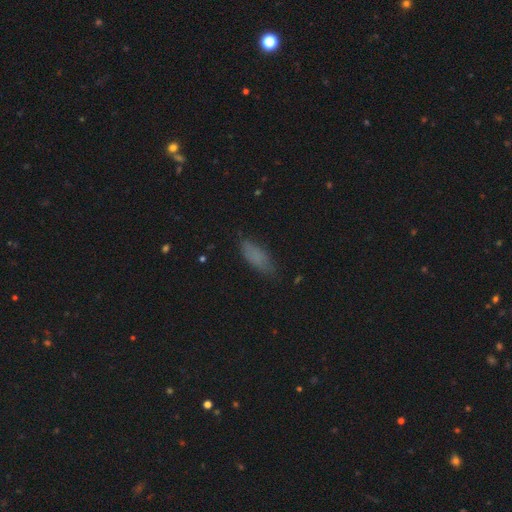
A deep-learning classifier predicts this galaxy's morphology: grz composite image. It shows a smooth galaxy with no disk features (77%) that is in between round and cigar-shaped (64%). Merging: none (73%).